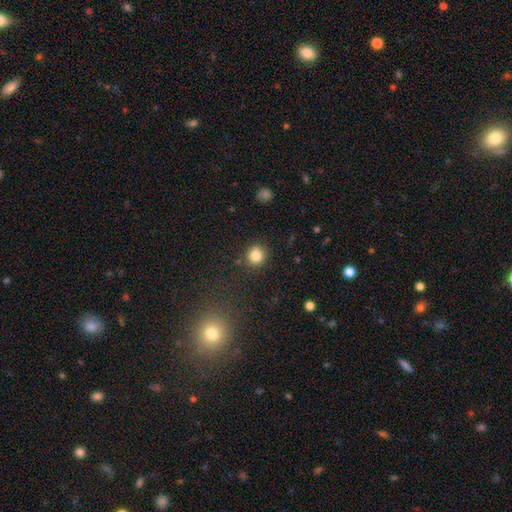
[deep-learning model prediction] smooth 83%, star or artifact 11%, featured or disk 5%. Down the decision tree: how rounded — round (87%); merging — none (85%).